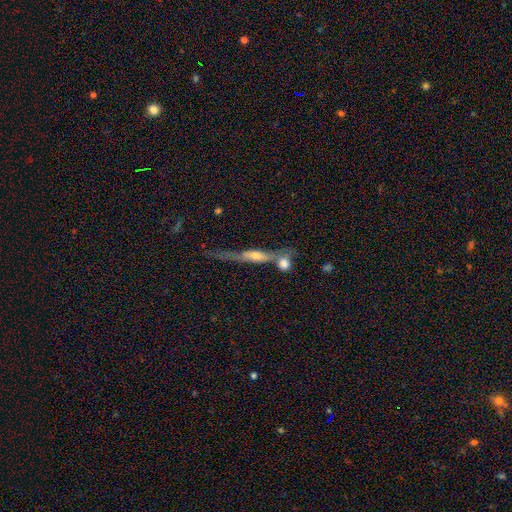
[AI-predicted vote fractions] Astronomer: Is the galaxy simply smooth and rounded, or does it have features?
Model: featured or disk — 63%.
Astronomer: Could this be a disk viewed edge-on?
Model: yes — 86%.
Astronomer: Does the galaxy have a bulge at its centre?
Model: rounded — 69%.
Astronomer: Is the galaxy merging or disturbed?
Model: none — 48% (runner-up: merger, 27%).